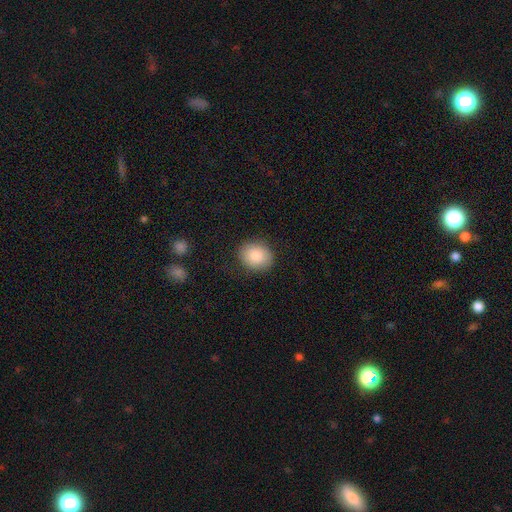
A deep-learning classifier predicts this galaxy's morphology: Smooth or featured?
  - smooth: 86% *
  - star or artifact: 7%
  - featured or disk: 7%
How rounded?
  - round: 58% *
  - in between: 41%
  - cigar-shaped: 1%
Merging?
  - none: 86% *
  - minor disturbance: 10%
  - major disturbance: 3%
  - merger: 1%